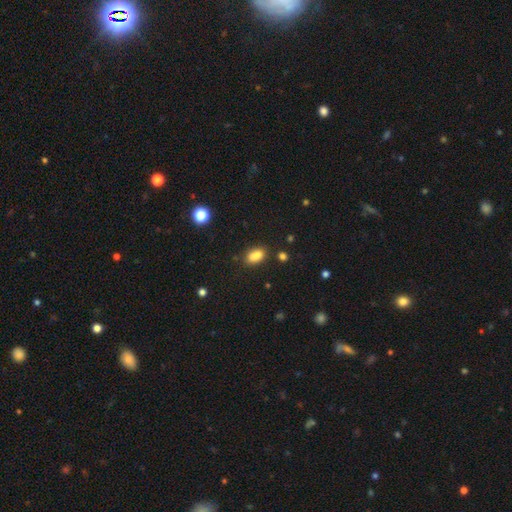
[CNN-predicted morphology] Smooth or featured: smooth — 82% (star or artifact — 11%)
How rounded: in between — 84% (round — 12%)
Merging: none — 64% (minor disturbance — 16%)